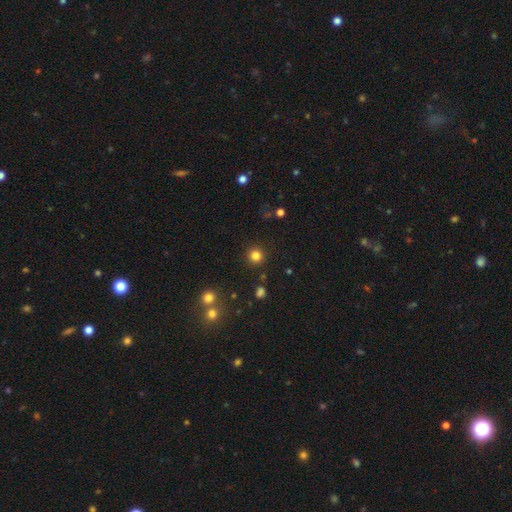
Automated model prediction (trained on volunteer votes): This appears to be a smooth galaxy with no disk features (81%) that is round (95%). Merging: none (90%).